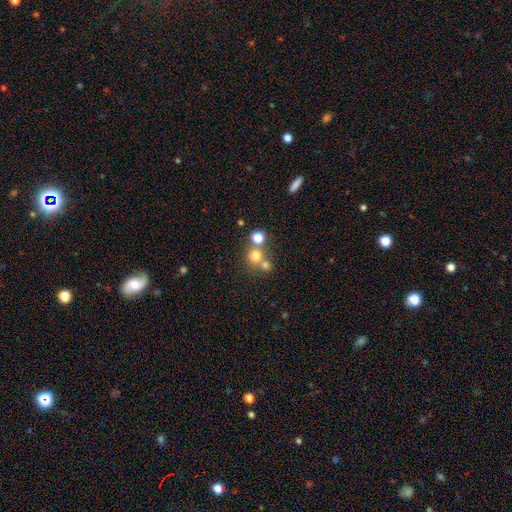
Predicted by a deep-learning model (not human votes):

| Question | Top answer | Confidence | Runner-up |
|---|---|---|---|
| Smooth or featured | smooth | 69% | star or artifact (18%) |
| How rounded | round | 88% | in between (11%) |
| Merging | none | 52% | merger (38%) |